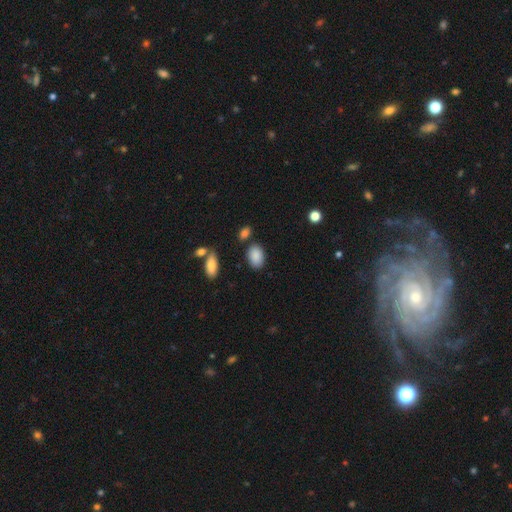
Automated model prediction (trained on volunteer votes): This appears to be a smooth galaxy with no disk features (88%) that is in between round and cigar-shaped (85%). Merging: none (79%).